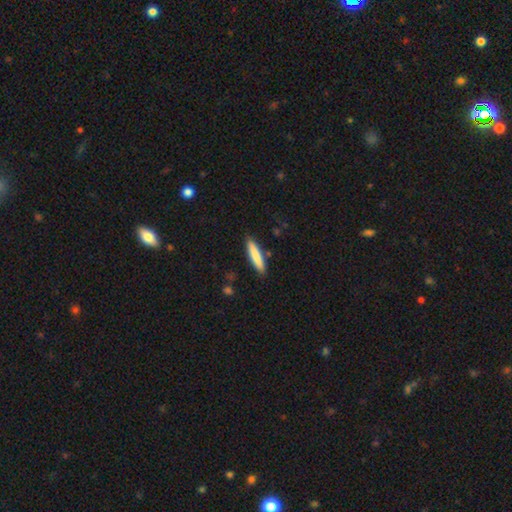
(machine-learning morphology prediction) smooth 81%, featured or disk 14%, star or artifact 5%. Down the decision tree: how rounded — cigar-shaped (86%); merging — none (88%).